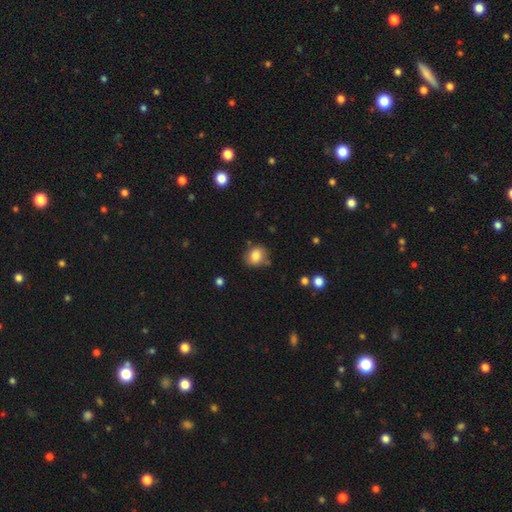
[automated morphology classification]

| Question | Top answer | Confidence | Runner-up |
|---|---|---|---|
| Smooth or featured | smooth | 81% | featured or disk (10%) |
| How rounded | round | 67% | in between (32%) |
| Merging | none | 72% | minor disturbance (19%) |